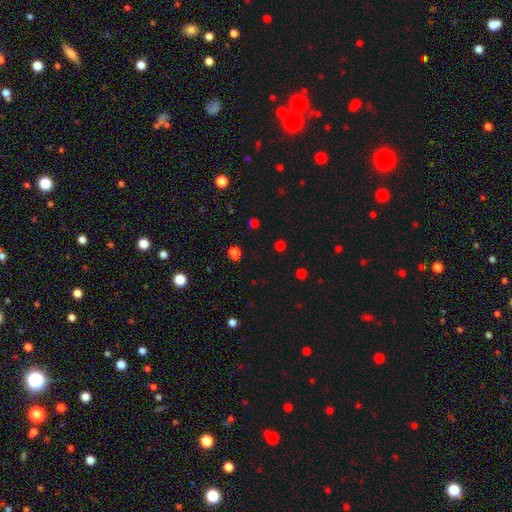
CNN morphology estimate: A smooth galaxy with no disk features (59%) that is round (80%). Merging: none (84%).